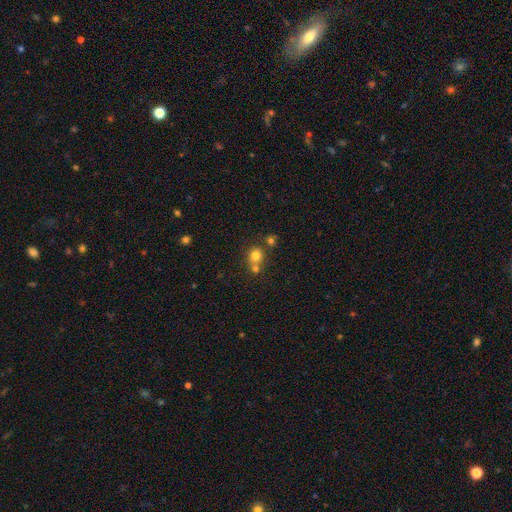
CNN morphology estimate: Q: Smooth or featured?
A: smooth (76%); runner-up: star or artifact (15%)
Q: How rounded?
A: round (85%); runner-up: in between (14%)
Q: Merging?
A: none (55%); runner-up: merger (34%)